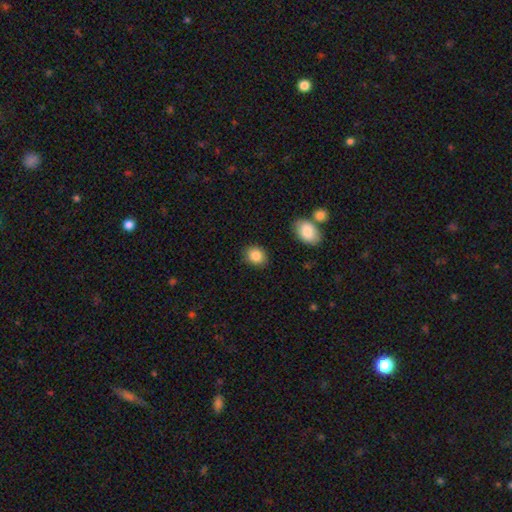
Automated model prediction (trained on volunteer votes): Smooth or featured?
  - smooth: 86% *
  - star or artifact: 8%
  - featured or disk: 5%
How rounded?
  - round: 53% *
  - in between: 46%
  - cigar-shaped: 1%
Merging?
  - none: 86% *
  - minor disturbance: 9%
  - major disturbance: 2%
  - merger: 2%